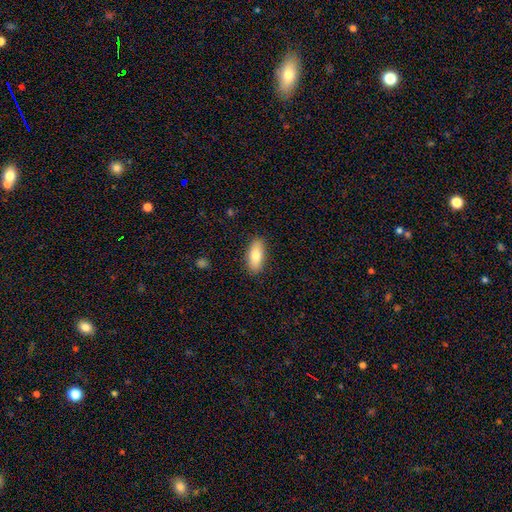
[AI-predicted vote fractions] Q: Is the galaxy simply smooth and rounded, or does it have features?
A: smooth — 78%.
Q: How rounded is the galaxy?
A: in between — 81%.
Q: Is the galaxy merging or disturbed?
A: none — 88%.